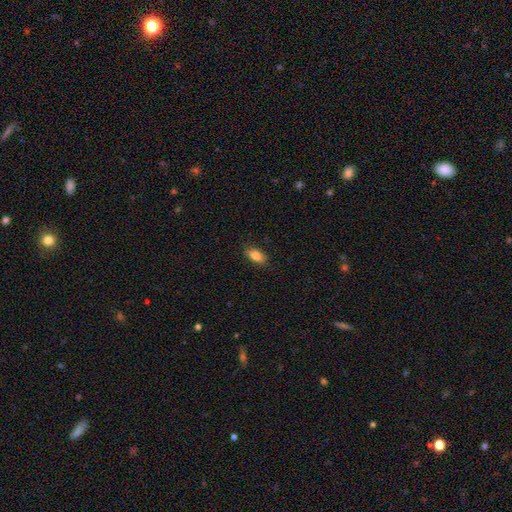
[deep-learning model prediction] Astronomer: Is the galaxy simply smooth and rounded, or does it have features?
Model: smooth — 83%.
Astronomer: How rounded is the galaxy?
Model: in between — 88%.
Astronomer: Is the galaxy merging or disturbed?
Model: none — 87%.